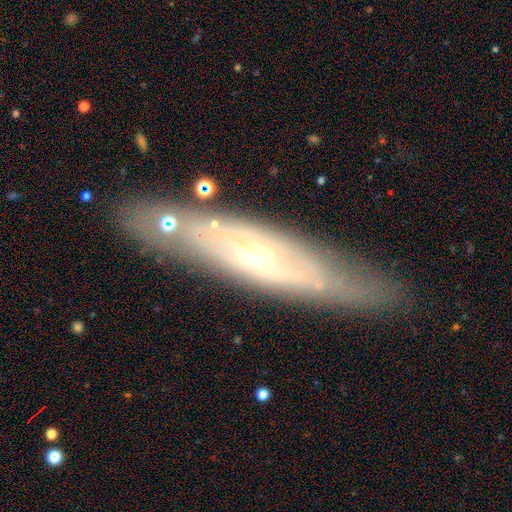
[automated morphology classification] This is likely a featured or disk galaxy (74%). It is possibly not viewed edge-on (58%). Merging: likely none (76%).